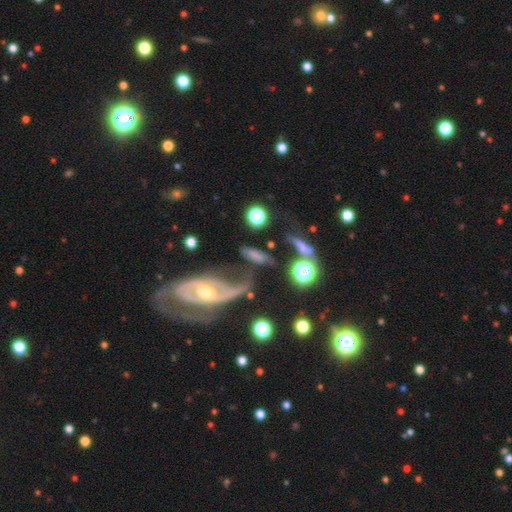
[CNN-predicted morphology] The model was most divided on "smooth or featured": smooth: 46%, featured or disk: 40%, star or artifact: 14%. Remaining: merging — none (35%).